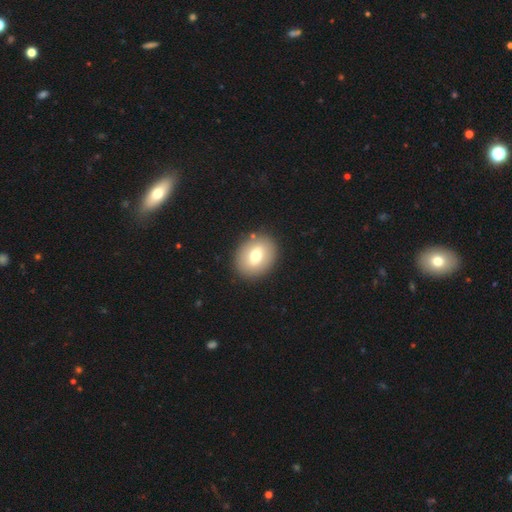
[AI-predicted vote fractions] Morphology: type=smooth (66%); roundness=in between (55%); merging=none (87%).